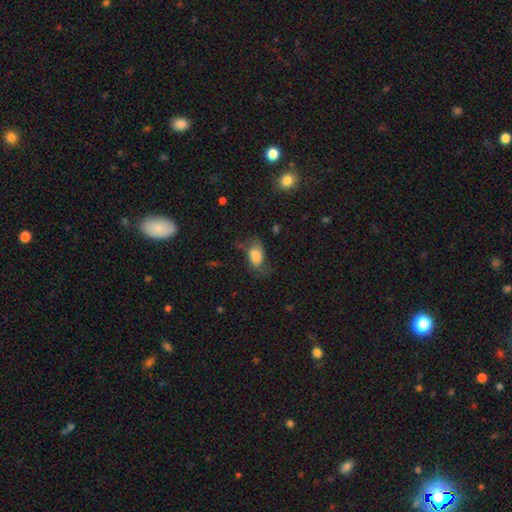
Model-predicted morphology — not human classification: smooth 73%, featured or disk 17%, star or artifact 9%. Down the decision tree: how rounded — in between (88%); merging — none (49%).